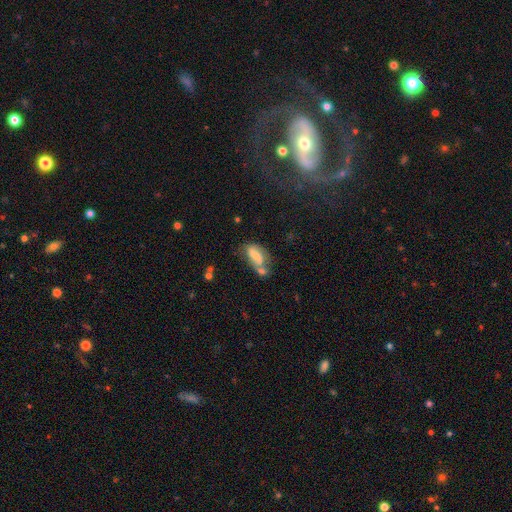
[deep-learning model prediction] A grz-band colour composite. It shows a smooth galaxy with no disk features (47%). Merging: merger (39%).